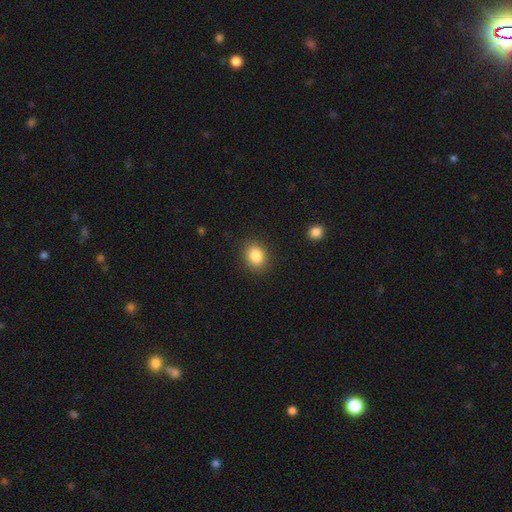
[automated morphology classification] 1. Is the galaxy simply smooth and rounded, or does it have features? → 85% smooth, 9% star or artifact, 6% featured or disk.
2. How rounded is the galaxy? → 50% in between, 49% round, 1% cigar-shaped.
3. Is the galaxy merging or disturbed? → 87% none, 9% minor disturbance, 3% major disturbance, 1% merger.